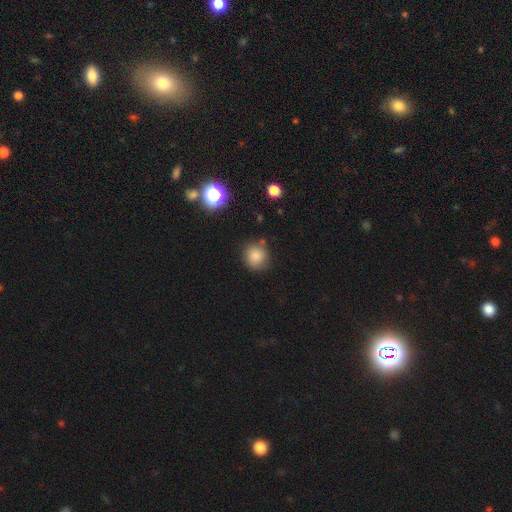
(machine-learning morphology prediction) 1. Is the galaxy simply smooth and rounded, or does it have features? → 83% smooth, 12% star or artifact, 6% featured or disk.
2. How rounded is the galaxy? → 89% round, 10% in between, 1% cigar-shaped.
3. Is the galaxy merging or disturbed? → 81% none, 12% minor disturbance, 3% merger, 3% major disturbance.